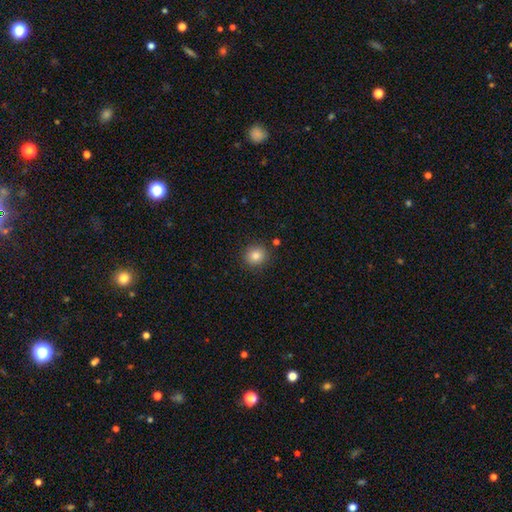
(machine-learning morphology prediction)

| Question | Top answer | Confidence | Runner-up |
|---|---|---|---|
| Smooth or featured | smooth | 83% | star or artifact (11%) |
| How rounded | round | 83% | in between (16%) |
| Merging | none | 88% | minor disturbance (8%) |